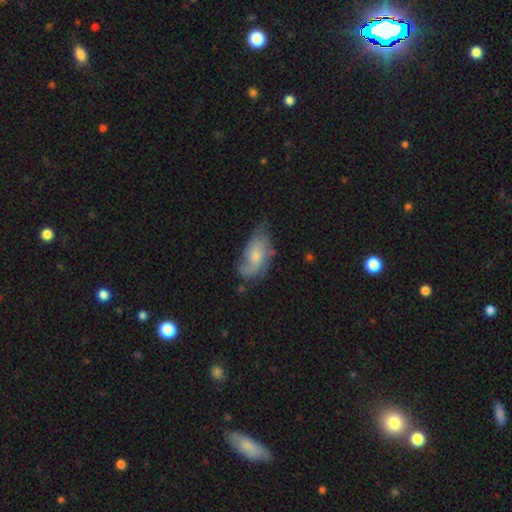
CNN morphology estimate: Smooth or featured?
  - smooth: 48% *
  - featured or disk: 45%
  - star or artifact: 7%
Merging?
  - none: 46% *
  - minor disturbance: 33%
  - major disturbance: 18%
  - merger: 3%